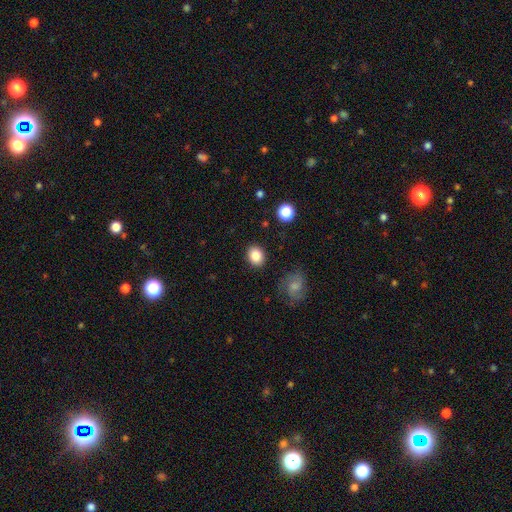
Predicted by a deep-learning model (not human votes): A smooth galaxy with no disk features (85%) that is round (57%).

Vote fractions:
- Smooth or featured? smooth: 85% / star or artifact: 9% / featured or disk: 5%
- How rounded? round: 57% / in between: 42% / cigar-shaped: 1%
- Merging? none: 88% / minor disturbance: 8% / major disturbance: 3% / merger: 2%